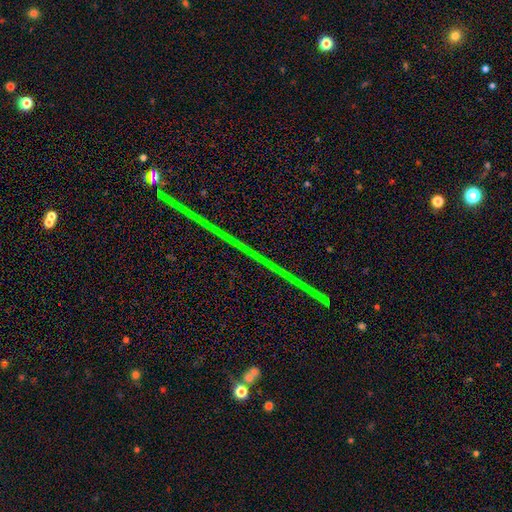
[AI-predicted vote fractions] A star or artifact, not a galaxy (80%).

Vote fractions:
- Smooth or featured? star or artifact: 80% / featured or disk: 12% / smooth: 7%